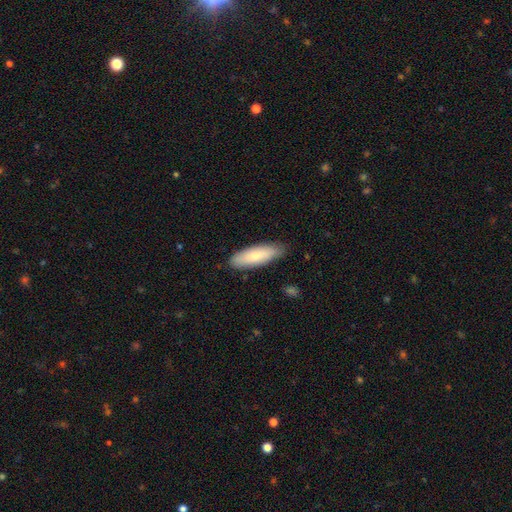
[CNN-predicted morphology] Smooth or featured? smooth (77%)
How rounded? in between (52%)
Merging? none (82%)